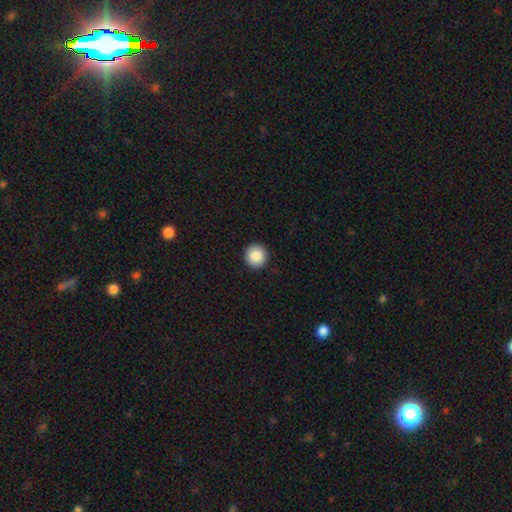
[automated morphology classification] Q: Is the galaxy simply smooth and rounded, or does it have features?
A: smooth — 88%.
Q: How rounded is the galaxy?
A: round — 95%.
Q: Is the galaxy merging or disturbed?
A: none — 93%.